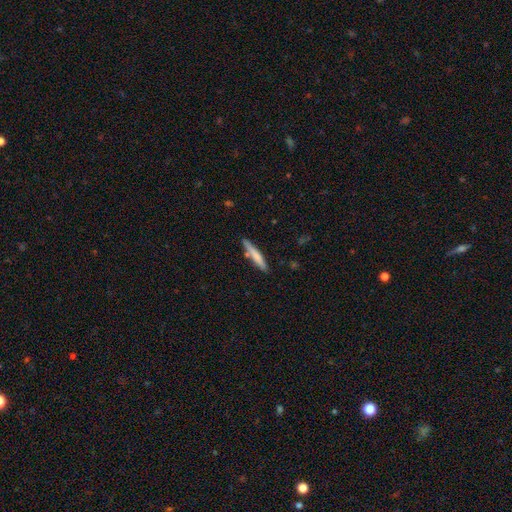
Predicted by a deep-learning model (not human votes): A smooth galaxy with no disk features (69%) that is cigar-shaped (92%). Merging: none (78%).